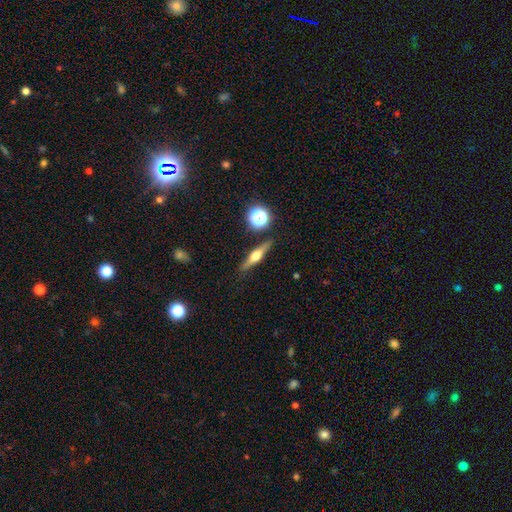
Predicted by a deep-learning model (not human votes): Morphology: type=featured or disk (63%); edge-on=yes (96%); edge-on bulge=rounded (92%); merging=none (87%).